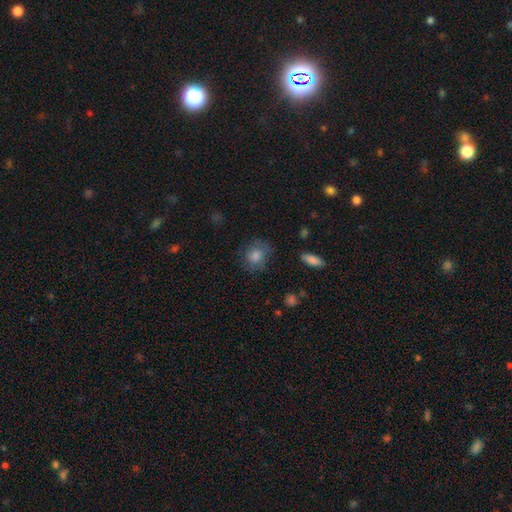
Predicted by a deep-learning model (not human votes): The model was most divided on "how rounded": round: 73%, in between: 26%, cigar-shaped: 1%. More confident: merging — none (76%); smooth or featured — smooth (74%).